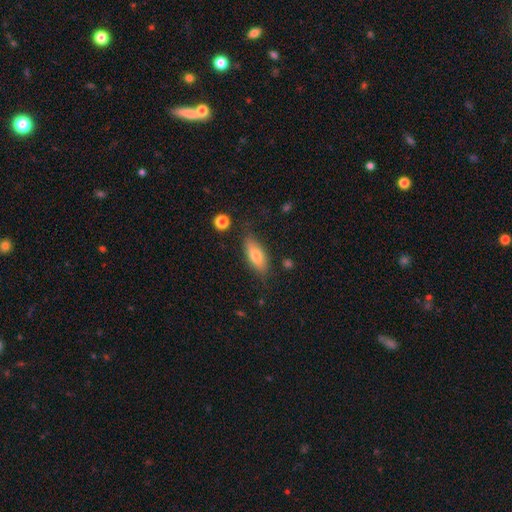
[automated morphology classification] Overall: smooth (72%). How rounded: in between (71%). Merging: none (76%).